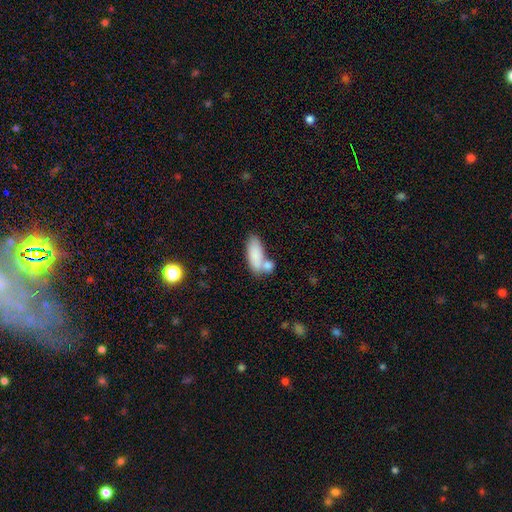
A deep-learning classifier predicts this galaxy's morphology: A smooth galaxy with no disk features (83%) that is in between round and cigar-shaped (76%). Merging: none (43%).